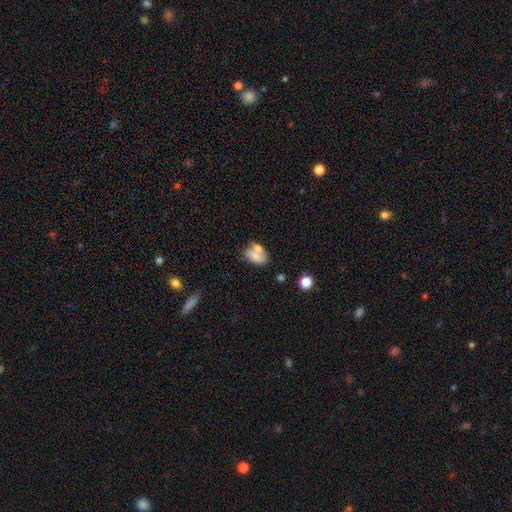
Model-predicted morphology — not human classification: Smooth or featured?
  - smooth: 71% *
  - featured or disk: 21%
  - star or artifact: 9%
How rounded?
  - in between: 86% *
  - round: 12%
  - cigar-shaped: 2%
Merging?
  - none: 41% *
  - merger: 36%
  - minor disturbance: 17%
  - major disturbance: 6%